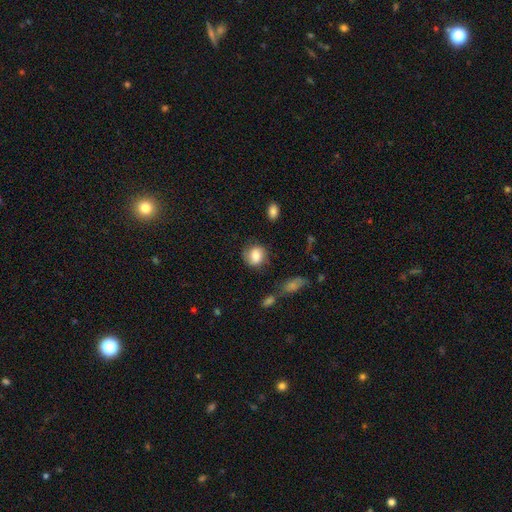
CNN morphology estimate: This is clearly a smooth galaxy (81%). How rounded: likely round (60%). Merging: likely none (69%).